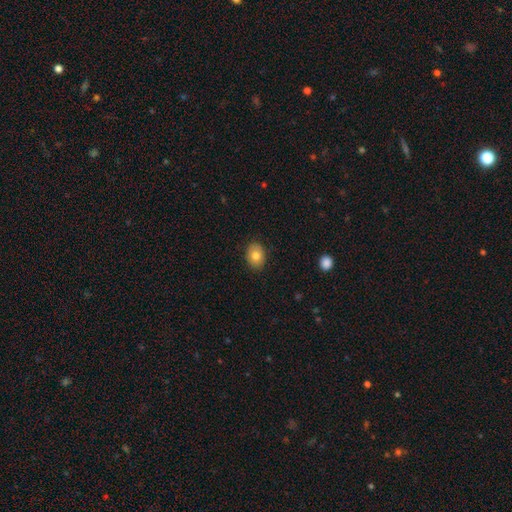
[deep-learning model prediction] The model was most divided on "how rounded": in between: 65%, round: 34%, cigar-shaped: 1%. More confident: merging — none (88%); smooth or featured — smooth (80%).